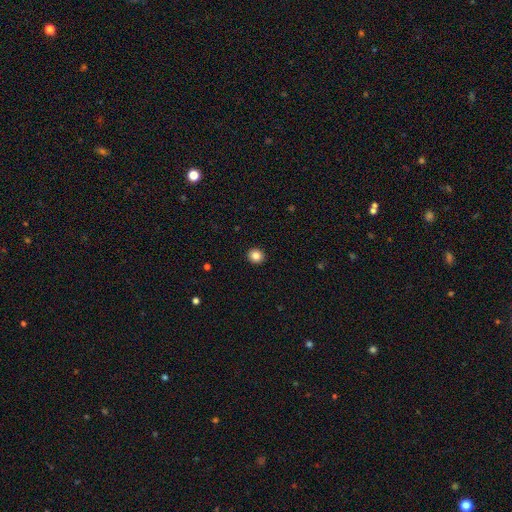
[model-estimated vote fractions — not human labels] smooth 86%, star or artifact 10%, featured or disk 4%. Down the decision tree: how rounded — round (91%); merging — none (93%).